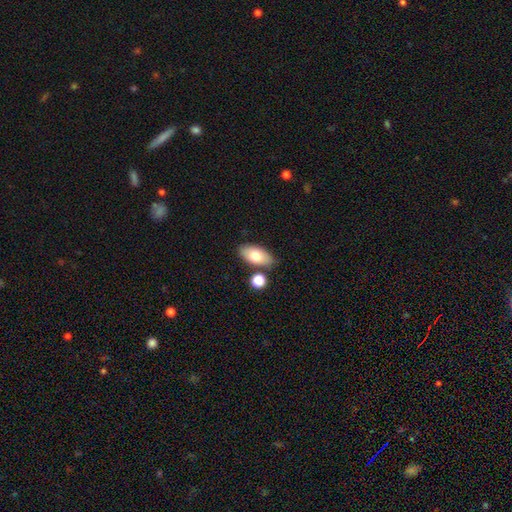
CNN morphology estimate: smooth-or-featured: smooth: 77% | featured or disk: 16% | star or artifact: 7%
  how-rounded: in between: 92% | round: 4% | cigar-shaped: 4%
  merging: none: 76% | minor disturbance: 12% | merger: 9% | major disturbance: 3%